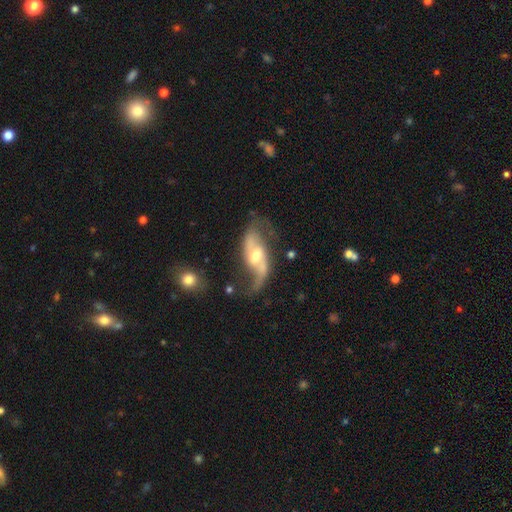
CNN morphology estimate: type=featured or disk (85%); edge-on=no (94%); bar=weak (42%); spiral arms=yes (93%); winding=loose (69%); arm count=2 (86%); bulge=moderate (64%); merging=none (55%).